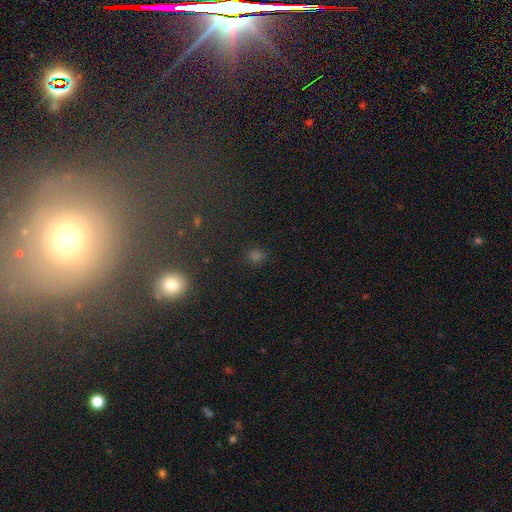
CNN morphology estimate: Smooth or featured?
  - smooth: 63% *
  - star or artifact: 29%
  - featured or disk: 7%
How rounded?
  - round: 82% *
  - in between: 17%
  - cigar-shaped: 2%
Merging?
  - none: 82% *
  - minor disturbance: 10%
  - major disturbance: 5%
  - merger: 4%